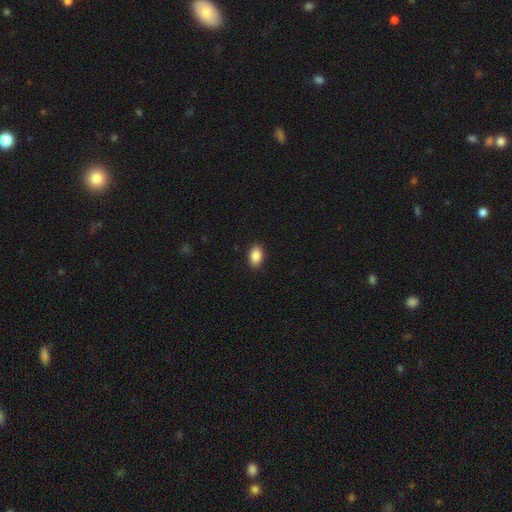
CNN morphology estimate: Q: Smooth or featured?
A: smooth (88%); runner-up: star or artifact (8%)
Q: How rounded?
A: in between (89%); runner-up: round (9%)
Q: Merging?
A: none (90%); runner-up: minor disturbance (7%)